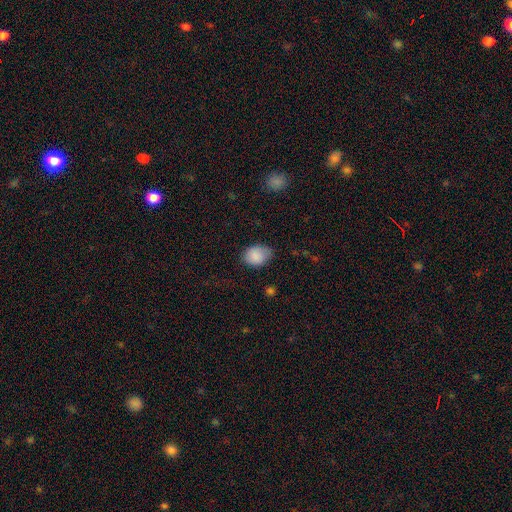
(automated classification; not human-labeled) This appears to be a smooth galaxy with no disk features (87%) that is in between round and cigar-shaped (64%). Merging: none (64%).